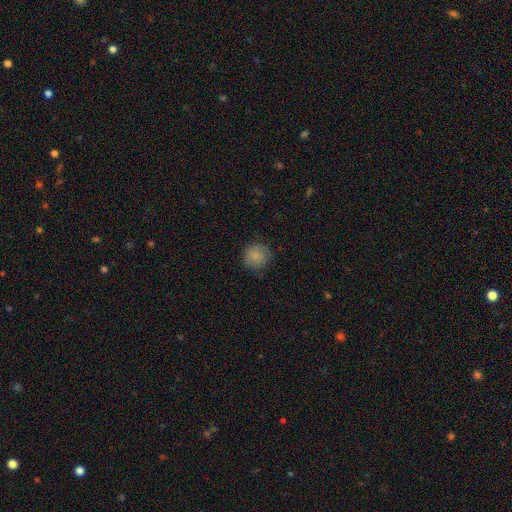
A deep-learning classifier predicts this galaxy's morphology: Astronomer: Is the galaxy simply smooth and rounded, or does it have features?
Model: smooth — 83%.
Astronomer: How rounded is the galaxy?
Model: round — 92%.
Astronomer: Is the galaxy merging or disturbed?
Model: none — 83%.